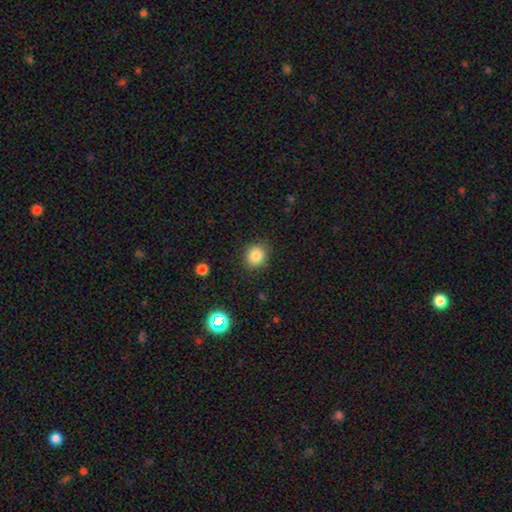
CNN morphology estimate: A smooth galaxy with no disk features (83%) that is round (79%).

Vote fractions:
- Smooth or featured? smooth: 83% / star or artifact: 11% / featured or disk: 5%
- How rounded? round: 79% / in between: 20% / cigar-shaped: 1%
- Merging? none: 87% / minor disturbance: 9% / major disturbance: 3% / merger: 1%